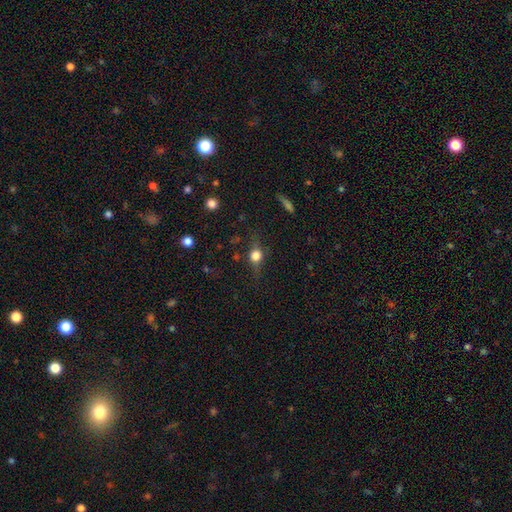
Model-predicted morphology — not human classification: Smooth or featured: smooth — 52% (featured or disk — 32%)
How rounded: round — 64% (in between — 26%)
Merging: none — 75% (minor disturbance — 16%)